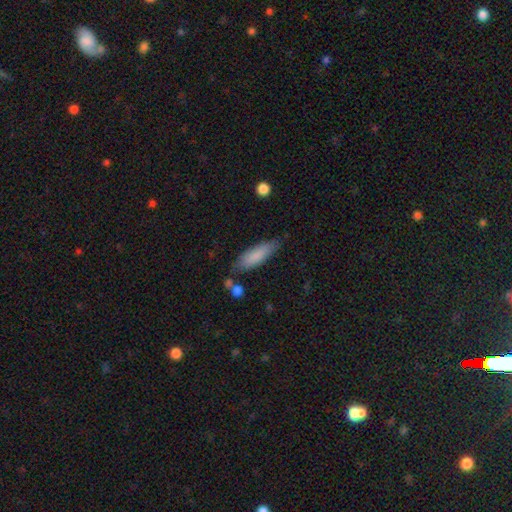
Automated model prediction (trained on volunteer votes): Q: Smooth or featured?
A: smooth (83%); runner-up: featured or disk (11%)
Q: How rounded?
A: cigar-shaped (52%); runner-up: in between (46%)
Q: Merging?
A: none (74%); runner-up: minor disturbance (18%)